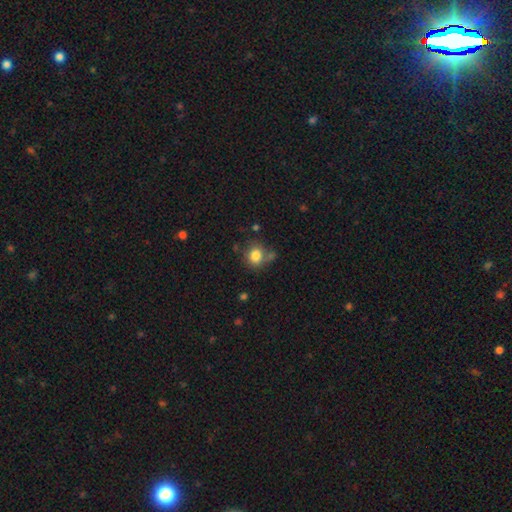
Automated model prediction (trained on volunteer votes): This appears to be a smooth galaxy with no disk features (82%) that is round (79%). Merging: none (64%).